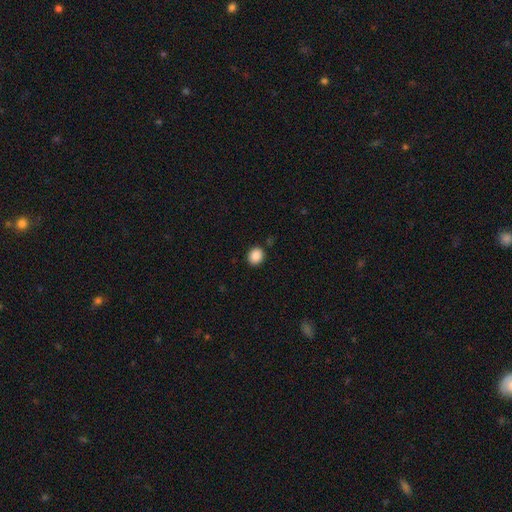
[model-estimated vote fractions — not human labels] Overall: smooth (88%). How rounded: round (64%; in between 35%). Merging: none (88%).